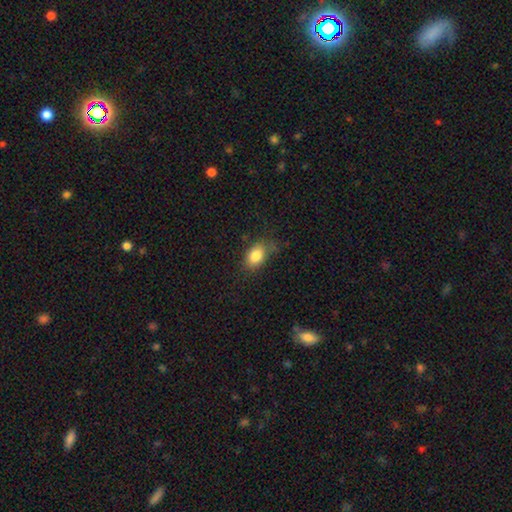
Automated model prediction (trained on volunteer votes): This appears to be a smooth galaxy with no disk features (83%) that is in between round and cigar-shaped (80%). Merging: none (65%).